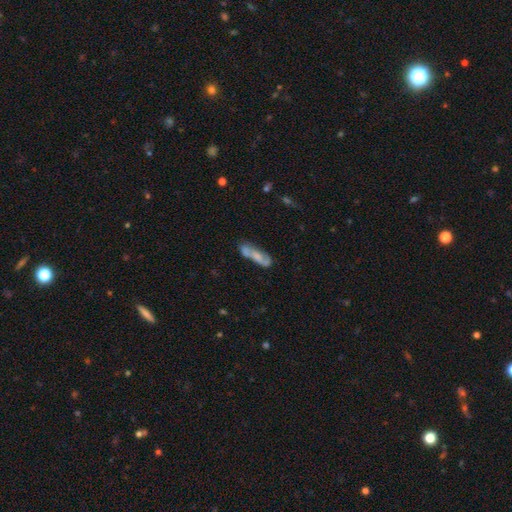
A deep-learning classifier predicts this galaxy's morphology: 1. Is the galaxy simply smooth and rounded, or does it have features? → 50% smooth, 41% featured or disk, 9% star or artifact.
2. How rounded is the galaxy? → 61% cigar-shaped, 36% in between, 3% round.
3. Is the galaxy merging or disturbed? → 49% none, 21% minor disturbance, 20% merger, 10% major disturbance.